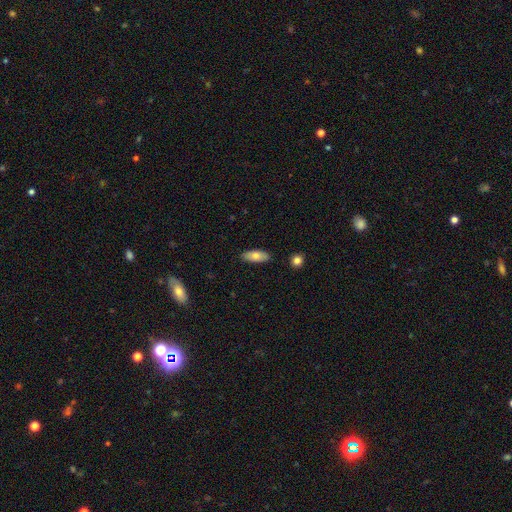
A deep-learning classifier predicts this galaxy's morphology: Smooth or featured? smooth (73%)
How rounded? in between (82%)
Merging? none (87%)